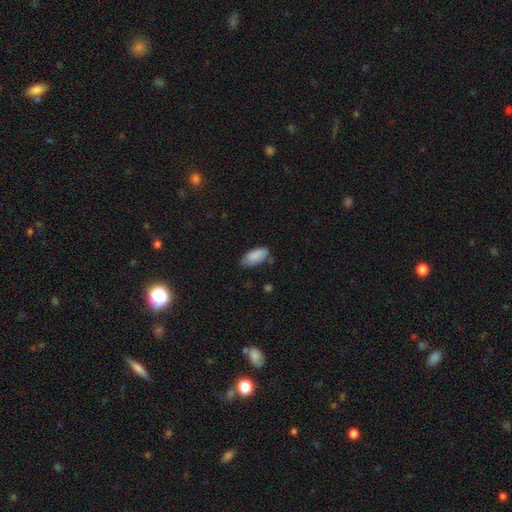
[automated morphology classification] Smooth or featured?
  - smooth: 87% *
  - featured or disk: 7%
  - star or artifact: 6%
How rounded?
  - in between: 91% *
  - cigar-shaped: 7%
  - round: 2%
Merging?
  - none: 66% *
  - minor disturbance: 26%
  - major disturbance: 5%
  - merger: 3%